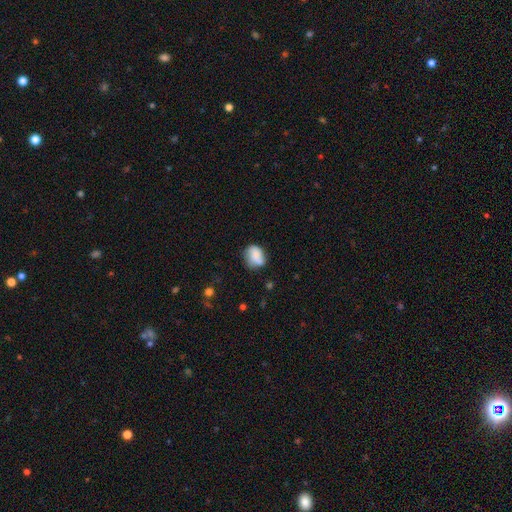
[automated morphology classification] Smooth or featured?
  - smooth: 69% *
  - featured or disk: 22%
  - star or artifact: 9%
How rounded?
  - in between: 52% *
  - round: 46%
  - cigar-shaped: 1%
Merging?
  - none: 49% *
  - minor disturbance: 27%
  - merger: 13%
  - major disturbance: 11%